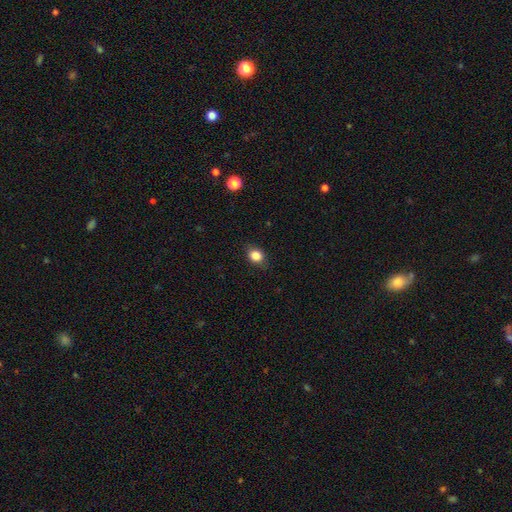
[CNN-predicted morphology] Q: Smooth or featured?
A: smooth (84%); runner-up: star or artifact (10%)
Q: How rounded?
A: round (55%); runner-up: in between (44%)
Q: Merging?
A: none (83%); runner-up: minor disturbance (13%)